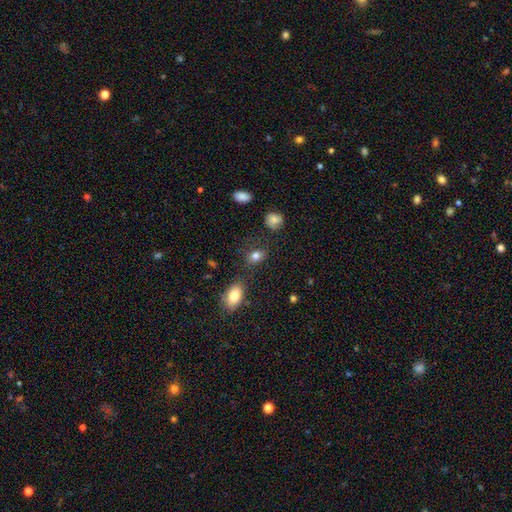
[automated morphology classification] The model was most divided on "how rounded": in between: 72%, round: 26%, cigar-shaped: 2%. More confident: smooth or featured — smooth (80%); merging — none (74%).